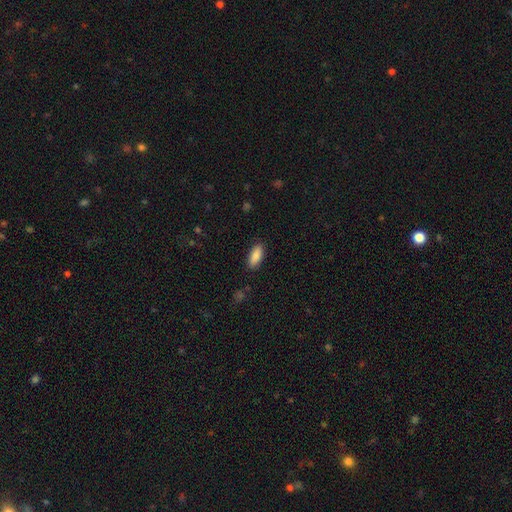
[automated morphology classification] A smooth galaxy with no disk features (88%) that is in between round and cigar-shaped (83%). Merging: none (88%).